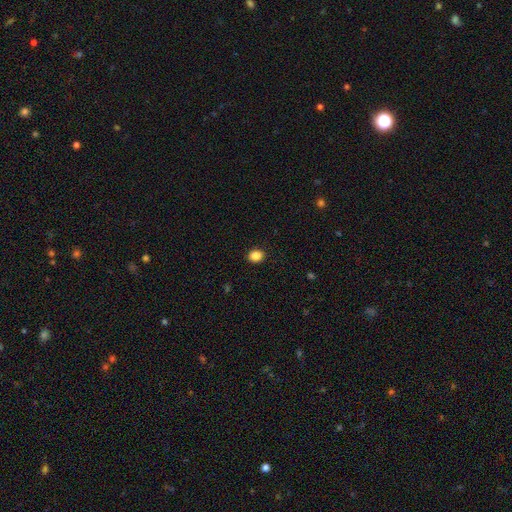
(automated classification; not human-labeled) smooth-or-featured: smooth: 87% | star or artifact: 10% | featured or disk: 3%
  how-rounded: round: 61% | in between: 38% | cigar-shaped: 1%
  merging: none: 91% | minor disturbance: 6% | major disturbance: 2% | merger: 1%